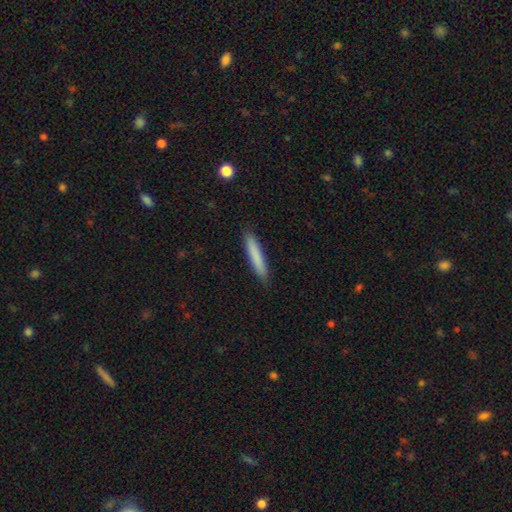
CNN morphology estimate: type=smooth (81%); roundness=cigar-shaped (93%); merging=none (89%).